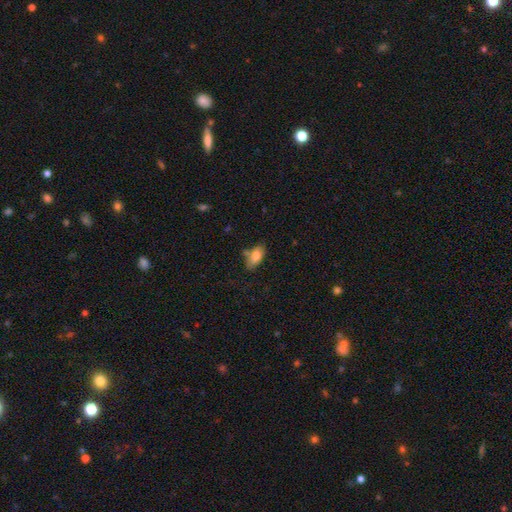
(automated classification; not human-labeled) Q: Smooth or featured?
A: smooth (80%); runner-up: featured or disk (13%)
Q: How rounded?
A: in between (90%); runner-up: cigar-shaped (7%)
Q: Merging?
A: none (62%); runner-up: minor disturbance (22%)